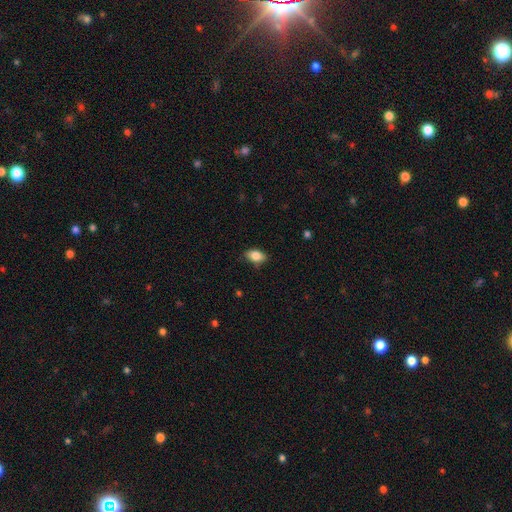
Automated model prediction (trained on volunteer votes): This appears to be a smooth galaxy with no disk features (83%) that is in between round and cigar-shaped (88%). Merging: none (78%).